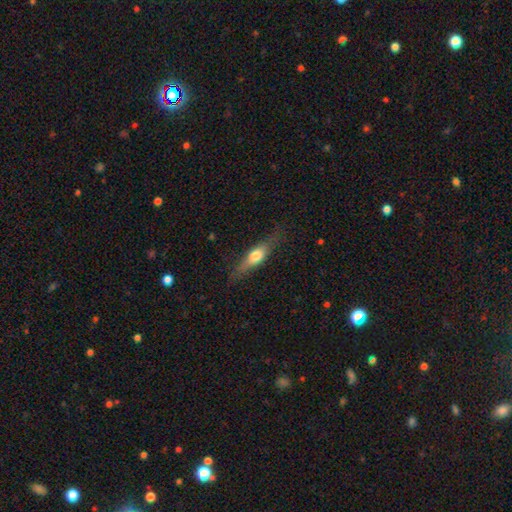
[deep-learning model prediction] Smooth or featured?
  - smooth: 50% *
  - featured or disk: 44%
  - star or artifact: 6%
How rounded?
  - cigar-shaped: 63% *
  - in between: 33%
  - round: 4%
Merging?
  - none: 76% *
  - minor disturbance: 17%
  - major disturbance: 5%
  - merger: 1%